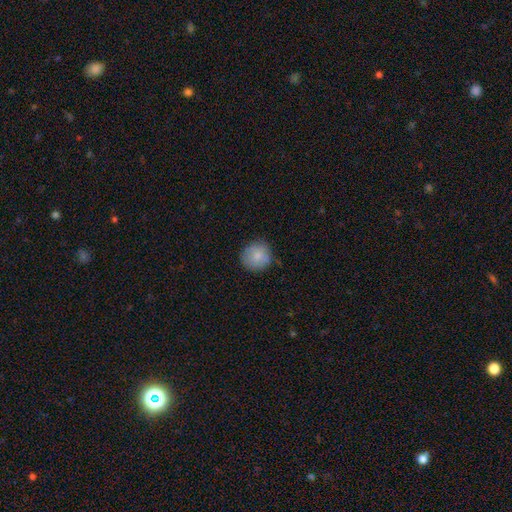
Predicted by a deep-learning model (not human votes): A smooth galaxy with no disk features (82%) that is round (90%).

Vote fractions:
- Smooth or featured? smooth: 82% / featured or disk: 10% / star or artifact: 8%
- How rounded? round: 90% / in between: 9% / cigar-shaped: 1%
- Merging? none: 80% / minor disturbance: 16% / major disturbance: 3% / merger: 1%